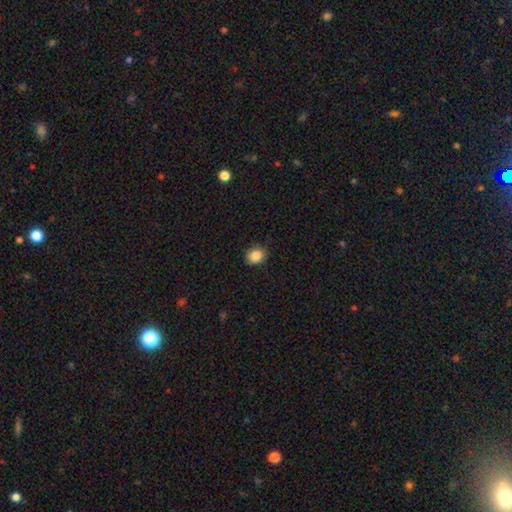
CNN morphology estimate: smooth 87%, star or artifact 10%, featured or disk 4%. Down the decision tree: how rounded — round (60%); merging — none (79%).